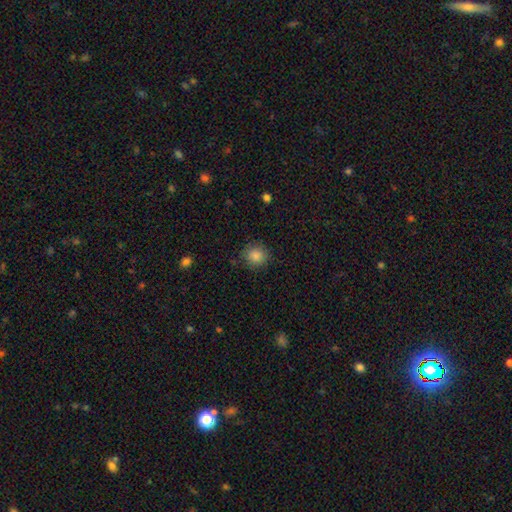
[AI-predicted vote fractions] A smooth galaxy with no disk features (85%) that is round (88%). Merging: none (86%).